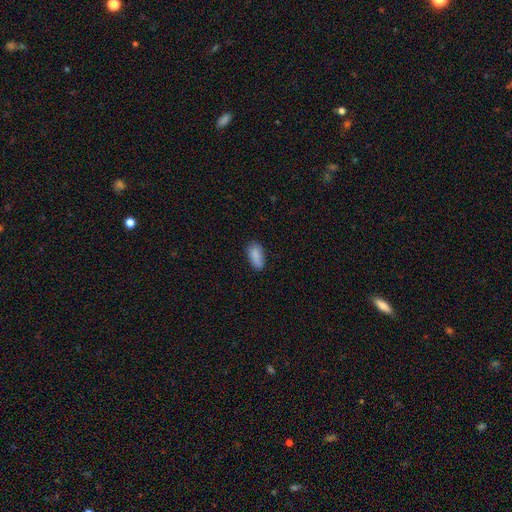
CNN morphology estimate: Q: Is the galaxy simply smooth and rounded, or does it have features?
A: smooth — 87%.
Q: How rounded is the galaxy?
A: in between — 89%.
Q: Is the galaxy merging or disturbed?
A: none — 73%.